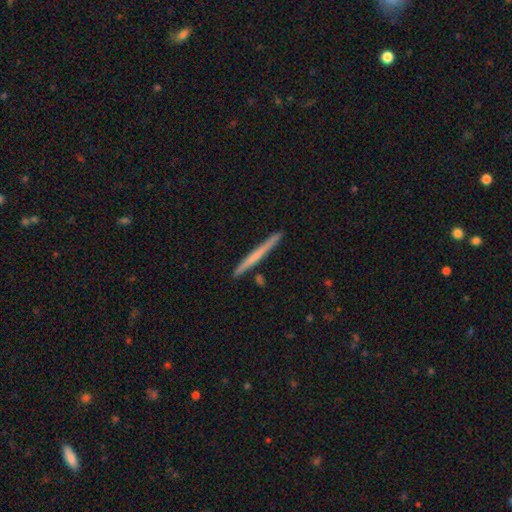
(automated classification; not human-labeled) Smooth or featured? smooth (53%)
How rounded? cigar-shaped (97%)
Merging? none (91%)